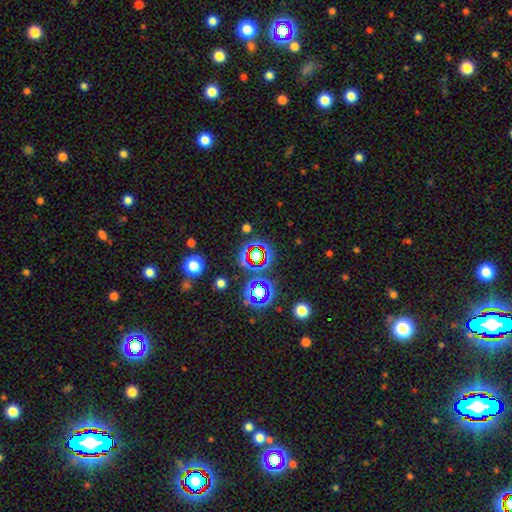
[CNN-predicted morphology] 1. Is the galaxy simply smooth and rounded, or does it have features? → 66% star or artifact, 22% smooth, 12% featured or disk.